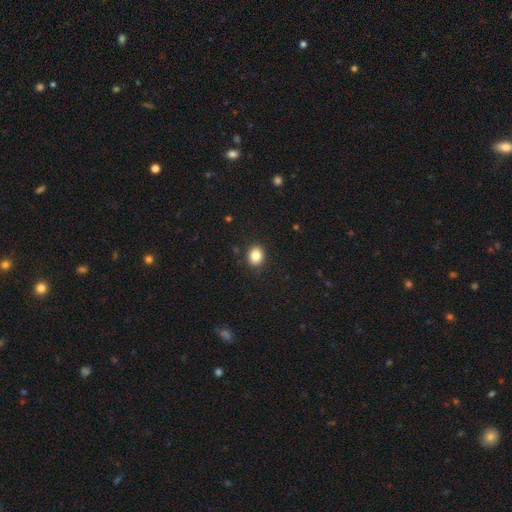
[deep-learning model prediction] The model was most divided on "how rounded": round: 59%, in between: 40%, cigar-shaped: 1%. More confident: merging — none (90%); smooth or featured — smooth (84%).